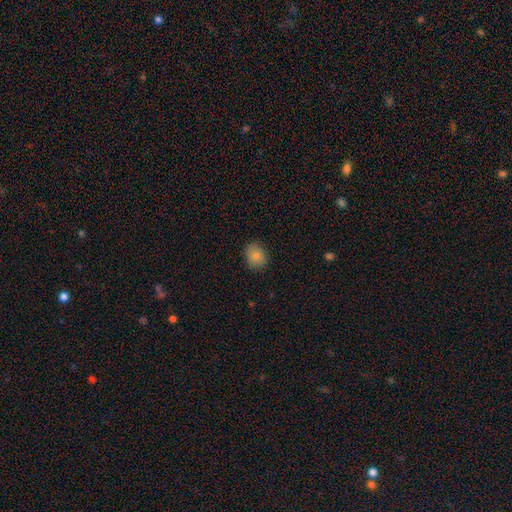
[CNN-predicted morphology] Overall: smooth (83%). How rounded: round (57%; in between 42%). Merging: none (82%).